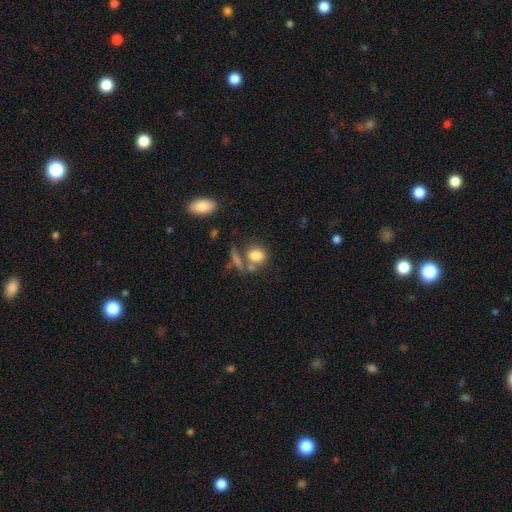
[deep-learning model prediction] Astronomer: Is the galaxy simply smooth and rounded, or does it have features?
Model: smooth — 80%.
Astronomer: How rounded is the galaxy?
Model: in between — 53% (runner-up: round, 44%).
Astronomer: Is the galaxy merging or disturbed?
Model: none — 51% (runner-up: merger, 27%).